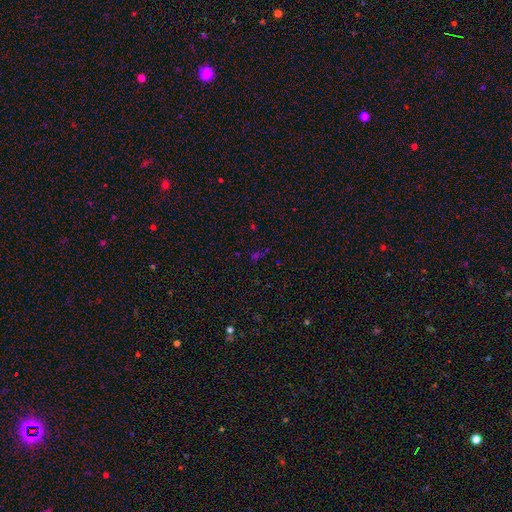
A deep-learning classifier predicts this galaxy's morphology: This appears to be a star or artifact, not a galaxy (55%).